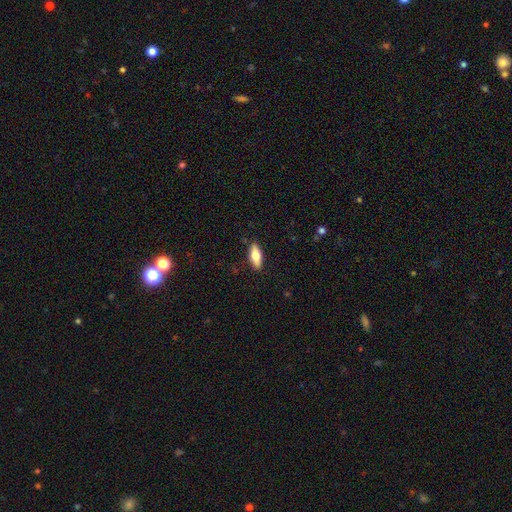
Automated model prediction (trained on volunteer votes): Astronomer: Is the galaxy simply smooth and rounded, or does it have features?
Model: smooth — 62%.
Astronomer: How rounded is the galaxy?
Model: in between — 68%.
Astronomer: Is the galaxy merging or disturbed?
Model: none — 88%.